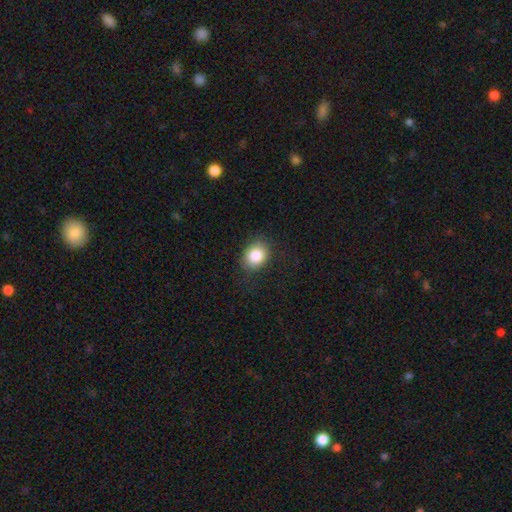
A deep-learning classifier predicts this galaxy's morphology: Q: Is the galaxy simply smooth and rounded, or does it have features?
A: smooth — 84%.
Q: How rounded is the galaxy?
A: round — 55%.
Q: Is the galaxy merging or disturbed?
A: none — 81%.